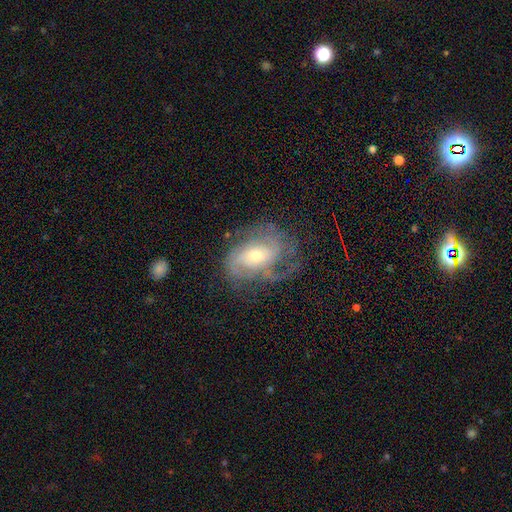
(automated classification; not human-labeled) smooth_or_featured: featured or disk (p=0.81) [alt: smooth p=0.13]
disk_edge_on: no (p=0.96) [alt: yes p=0.04]
bar: no (p=0.54) [alt: weak p=0.34]
has_spiral_arms: yes (p=0.91) [alt: no p=0.09]
spiral_winding: tight (p=0.43) [alt: medium p=0.41]
spiral_arm_count: 2 (p=0.39) [alt: can't tell p=0.28]
bulge_size: small (p=0.50) [alt: moderate p=0.44]
merging: none (p=0.56) [alt: minor disturbance p=0.23]